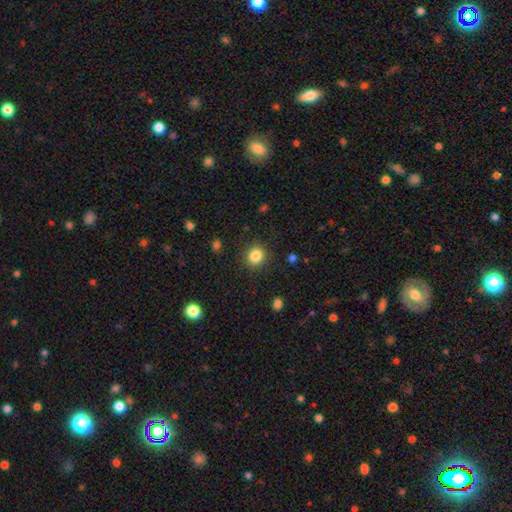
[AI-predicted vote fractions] A smooth galaxy with no disk features (84%) that is round (86%).

Vote fractions:
- Smooth or featured? smooth: 84% / star or artifact: 11% / featured or disk: 5%
- How rounded? round: 86% / in between: 13% / cigar-shaped: 1%
- Merging? none: 89% / minor disturbance: 7% / major disturbance: 3% / merger: 1%